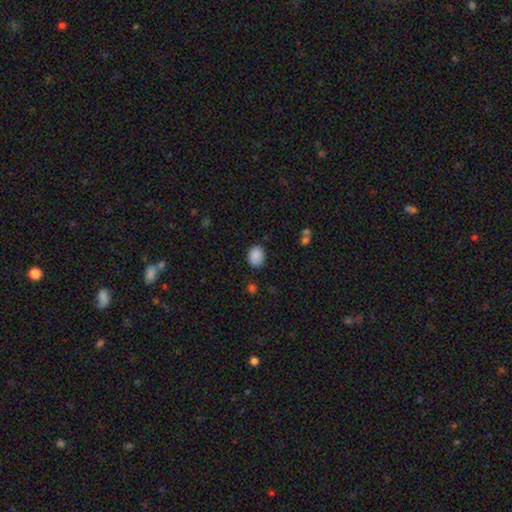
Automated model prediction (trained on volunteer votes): A smooth galaxy with no disk features (88%) that is in between round and cigar-shaped (59%).

Vote fractions:
- Smooth or featured? smooth: 88% / star or artifact: 8% / featured or disk: 3%
- How rounded? in between: 59% / round: 40% / cigar-shaped: 1%
- Merging? none: 83% / minor disturbance: 12% / major disturbance: 3% / merger: 2%